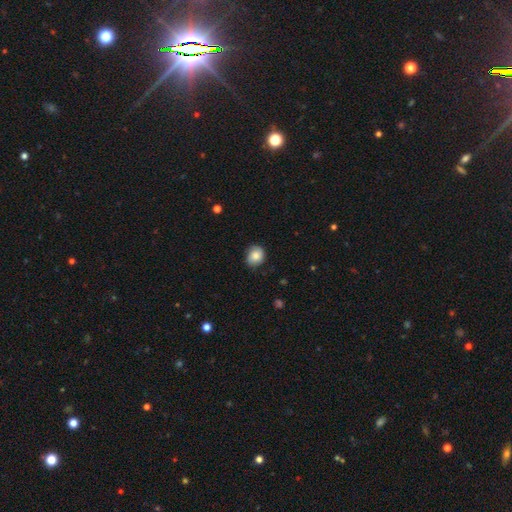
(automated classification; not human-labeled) A smooth galaxy with no disk features (82%) that is round (68%). Merging: none (78%).